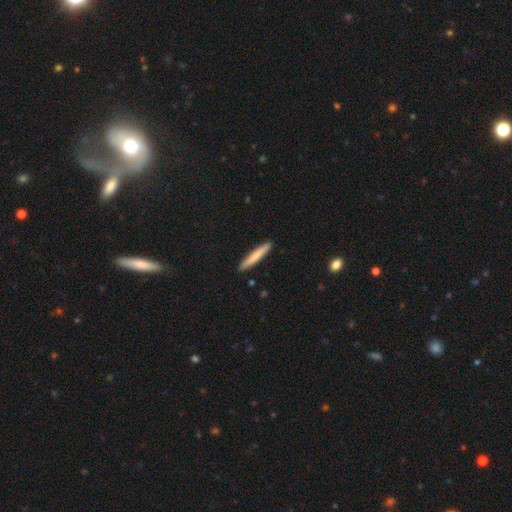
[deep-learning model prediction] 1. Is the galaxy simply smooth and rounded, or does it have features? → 78% smooth, 18% featured or disk, 5% star or artifact.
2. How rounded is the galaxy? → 94% cigar-shaped, 4% in between, 1% round.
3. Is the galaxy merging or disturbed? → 91% none, 6% minor disturbance, 1% major disturbance, 1% merger.